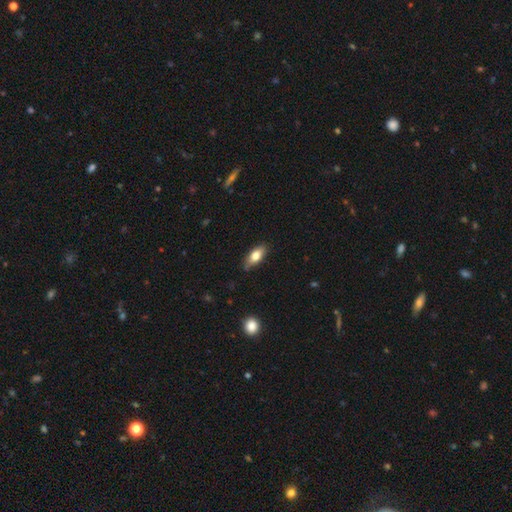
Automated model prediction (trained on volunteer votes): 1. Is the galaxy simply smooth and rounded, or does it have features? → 76% smooth, 18% featured or disk, 7% star or artifact.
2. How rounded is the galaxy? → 82% in between, 15% cigar-shaped, 3% round.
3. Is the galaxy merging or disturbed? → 80% none, 16% minor disturbance, 3% major disturbance, 1% merger.